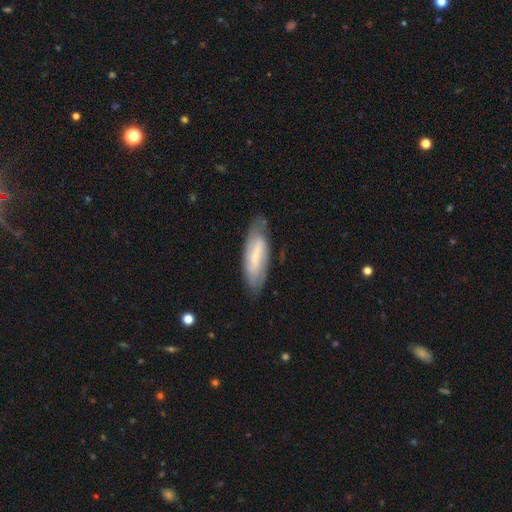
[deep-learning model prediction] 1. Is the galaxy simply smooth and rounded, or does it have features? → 54% featured or disk, 40% smooth, 6% star or artifact.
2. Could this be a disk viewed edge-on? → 79% no, 21% yes.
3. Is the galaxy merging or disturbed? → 75% none, 18% minor disturbance, 5% major disturbance, 1% merger.